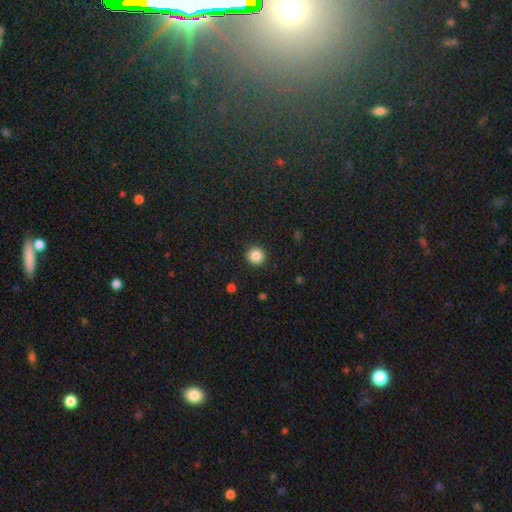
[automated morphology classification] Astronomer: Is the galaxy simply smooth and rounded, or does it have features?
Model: smooth — 86%.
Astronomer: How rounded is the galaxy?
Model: round — 95%.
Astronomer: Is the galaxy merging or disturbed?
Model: none — 92%.